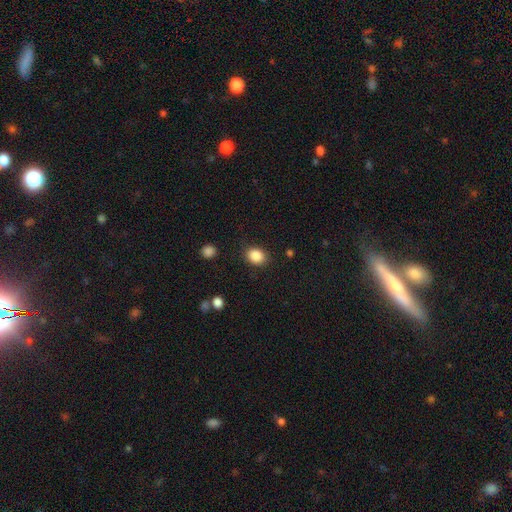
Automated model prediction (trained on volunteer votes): Smooth or featured: smooth — 87% (star or artifact — 9%)
How rounded: round — 50% (in between — 49%)
Merging: none — 86% (minor disturbance — 10%)